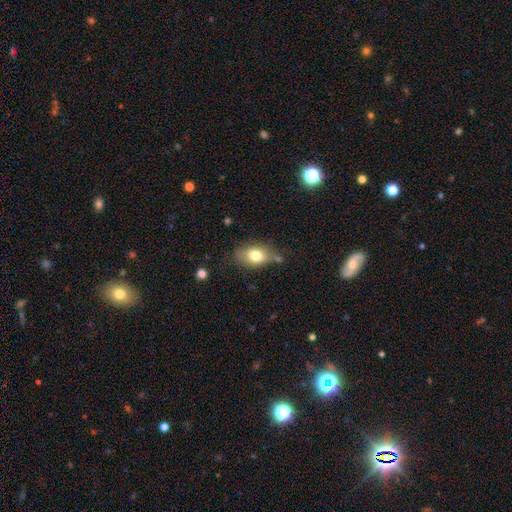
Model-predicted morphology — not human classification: Overall: smooth (76%). How rounded: in between (80%). Merging: none (63%; minor disturbance 24%).